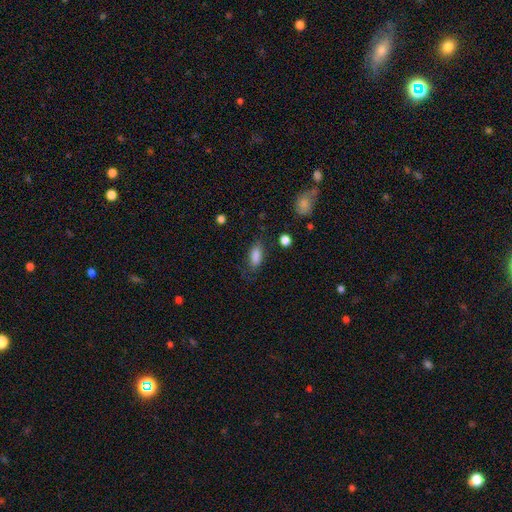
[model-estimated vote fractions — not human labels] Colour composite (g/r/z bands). It shows a smooth galaxy with no disk features (84%) that is in between round and cigar-shaped (79%). Merging: none (73%).